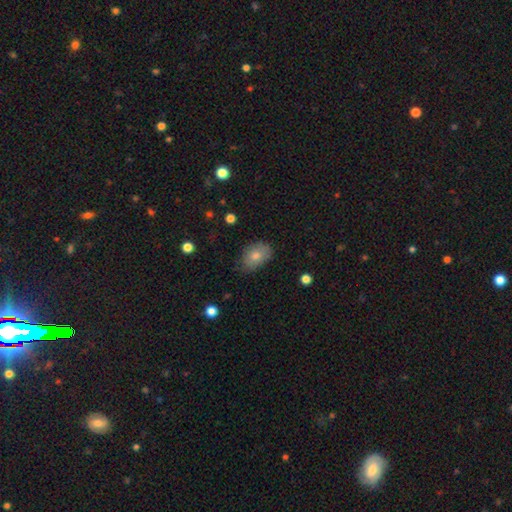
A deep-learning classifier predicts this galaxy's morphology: A smooth galaxy with no disk features (74%) that is in between round and cigar-shaped (84%).

Vote fractions:
- Smooth or featured? smooth: 74% / featured or disk: 17% / star or artifact: 10%
- How rounded? in between: 84% / round: 15% / cigar-shaped: 1%
- Merging? none: 72% / minor disturbance: 23% / major disturbance: 4% / merger: 1%